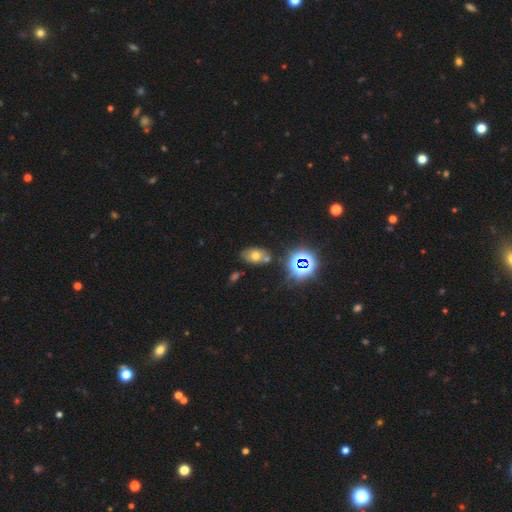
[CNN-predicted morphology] This is possibly a smooth galaxy (55%). How rounded: clearly in between (84%). Merging: likely none (65%).